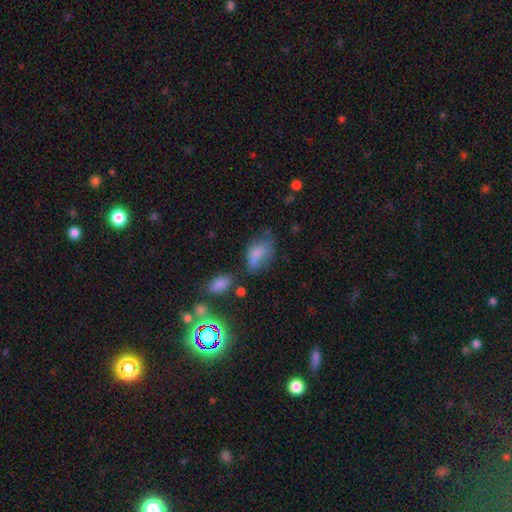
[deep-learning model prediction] A smooth galaxy with no disk features (62%) that is in between round and cigar-shaped (86%). Merging: none (39%).